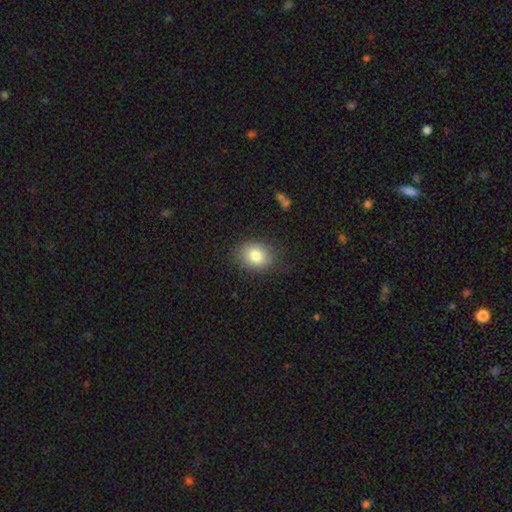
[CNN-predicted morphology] Overall: smooth (81%). How rounded: in between (51%; round 48%). Merging: none (83%).